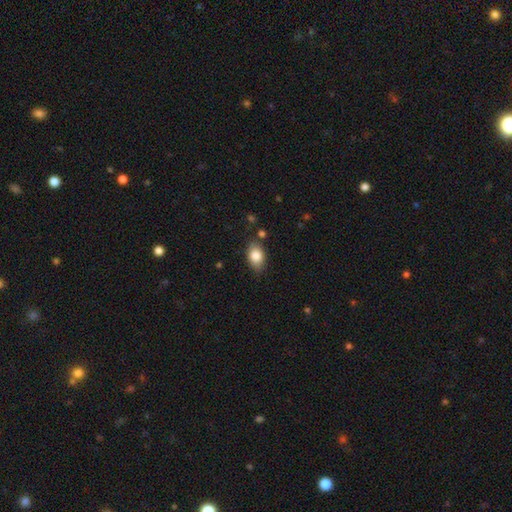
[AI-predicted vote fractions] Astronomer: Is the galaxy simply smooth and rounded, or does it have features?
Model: smooth — 84%.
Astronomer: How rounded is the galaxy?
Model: in between — 84%.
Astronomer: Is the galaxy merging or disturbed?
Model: none — 78%.